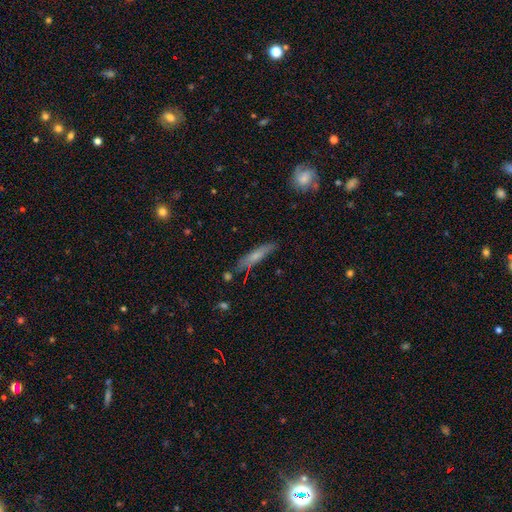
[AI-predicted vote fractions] Overall: smooth (62%; featured or disk 31%). How rounded: cigar-shaped (87%). Merging: none (79%).